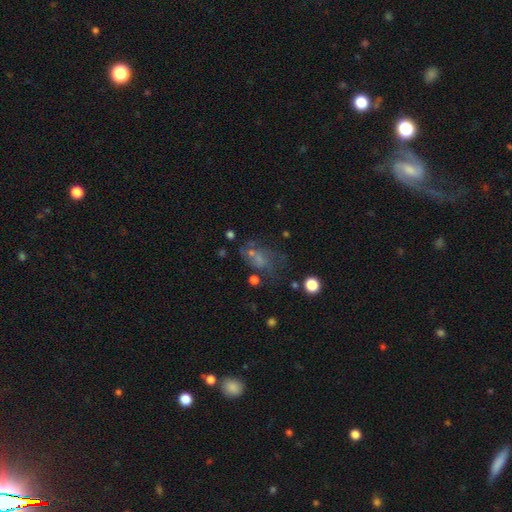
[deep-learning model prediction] Smooth or featured? featured or disk (37%)
Merging? none (42%)